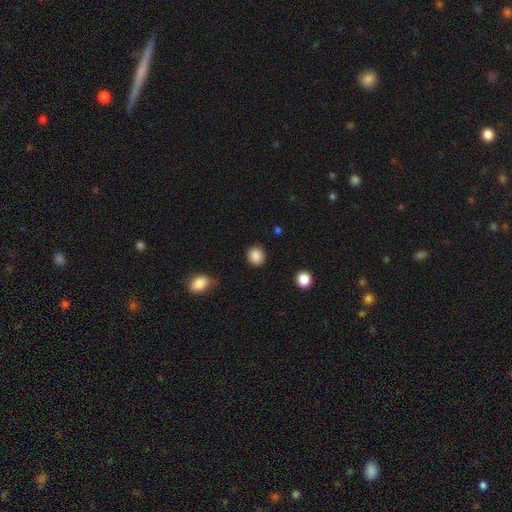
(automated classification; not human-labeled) Smooth or featured: smooth — 88% (star or artifact — 8%)
How rounded: round — 79% (in between — 20%)
Merging: none — 87% (minor disturbance — 9%)